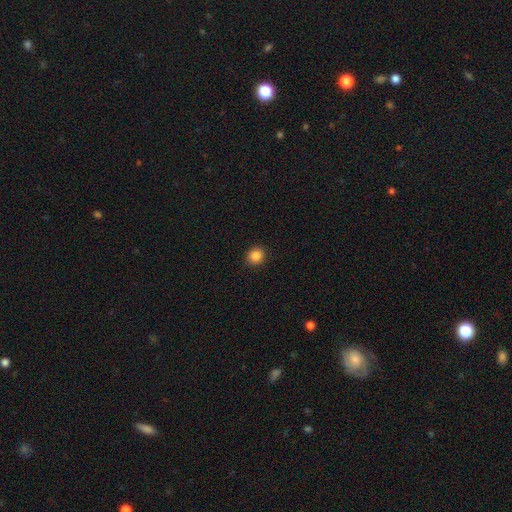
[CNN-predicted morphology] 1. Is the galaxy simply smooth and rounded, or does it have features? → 86% smooth, 10% star or artifact, 4% featured or disk.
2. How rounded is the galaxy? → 79% round, 20% in between, 1% cigar-shaped.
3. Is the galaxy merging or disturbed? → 90% none, 7% minor disturbance, 2% major disturbance, 1% merger.